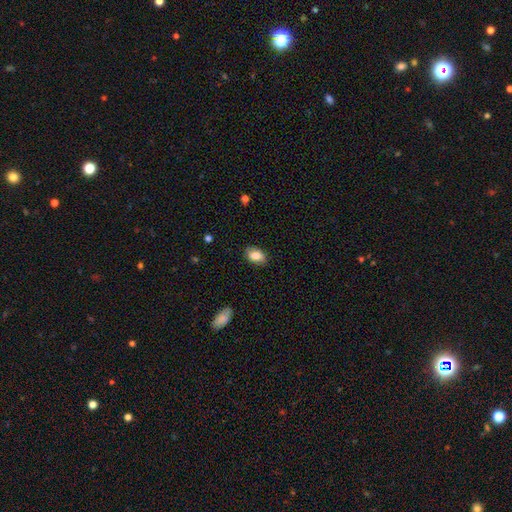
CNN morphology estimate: Smooth or featured?
  - smooth: 83% *
  - featured or disk: 9%
  - star or artifact: 7%
How rounded?
  - in between: 87% *
  - round: 12%
  - cigar-shaped: 1%
Merging?
  - none: 85% *
  - minor disturbance: 11%
  - major disturbance: 2%
  - merger: 1%